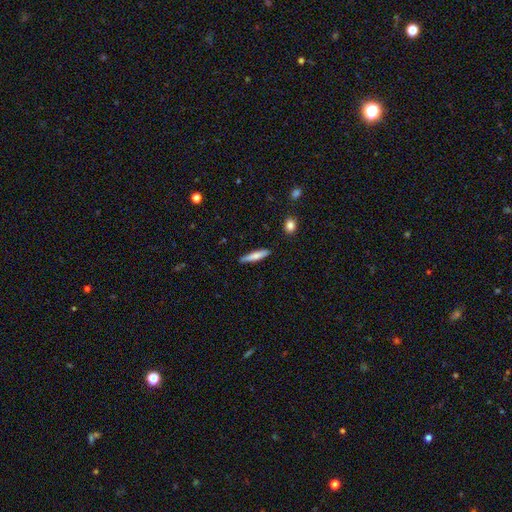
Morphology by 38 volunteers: Overall: smooth (61%; featured or disk 32%). How rounded: cigar-shaped (87%). Merging: none (97%).